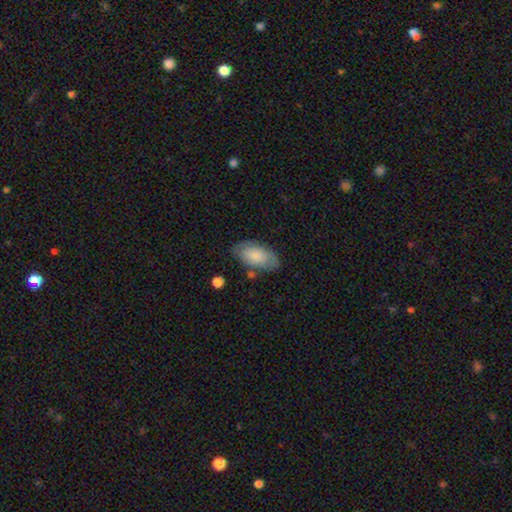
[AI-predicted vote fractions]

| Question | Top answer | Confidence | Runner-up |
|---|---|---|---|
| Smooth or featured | smooth | 73% | featured or disk (20%) |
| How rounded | in between | 94% | round (3%) |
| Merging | none | 69% | minor disturbance (21%) |